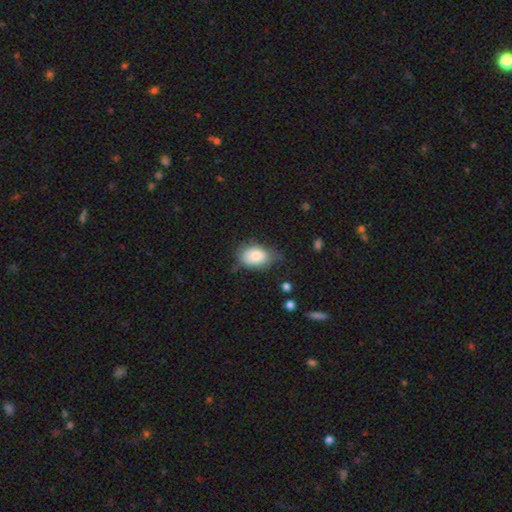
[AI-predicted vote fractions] This appears to be a smooth galaxy with no disk features (80%) that is in between round and cigar-shaped (83%). Merging: none (51%).